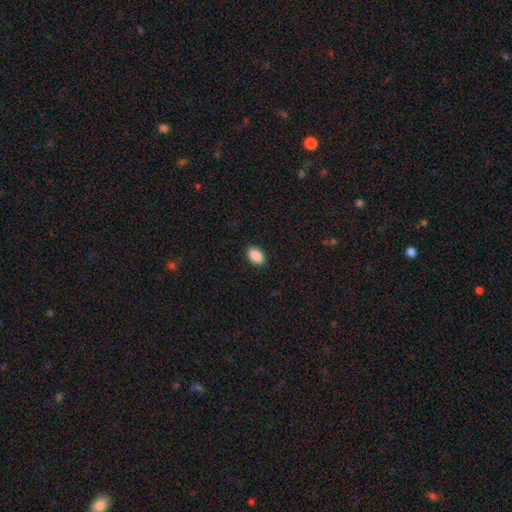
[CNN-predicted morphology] Smooth or featured: smooth — 90% (star or artifact — 7%)
How rounded: in between — 89% (round — 10%)
Merging: none — 90% (minor disturbance — 7%)